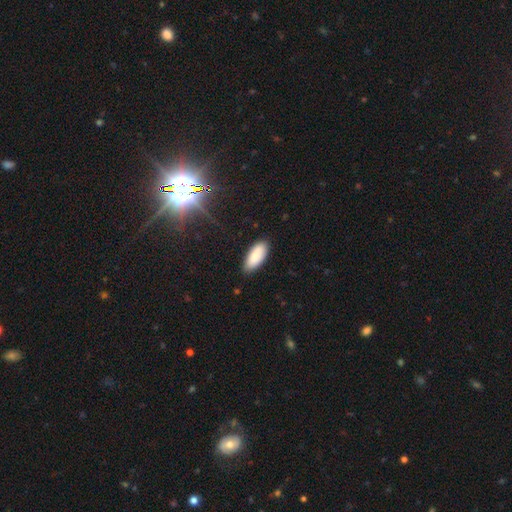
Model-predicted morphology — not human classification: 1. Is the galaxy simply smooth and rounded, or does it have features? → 87% smooth, 7% star or artifact, 7% featured or disk.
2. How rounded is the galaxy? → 88% in between, 11% cigar-shaped, 2% round.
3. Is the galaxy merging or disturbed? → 85% none, 12% minor disturbance, 2% major disturbance, 1% merger.